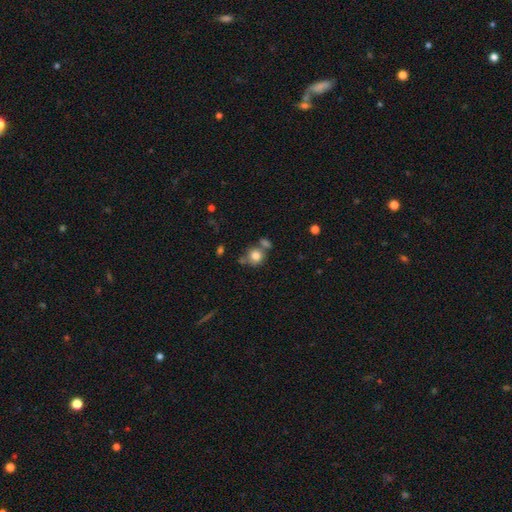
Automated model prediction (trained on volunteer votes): Overall: smooth (80%). How rounded: round (78%). Merging: none (55%; merger 24%).